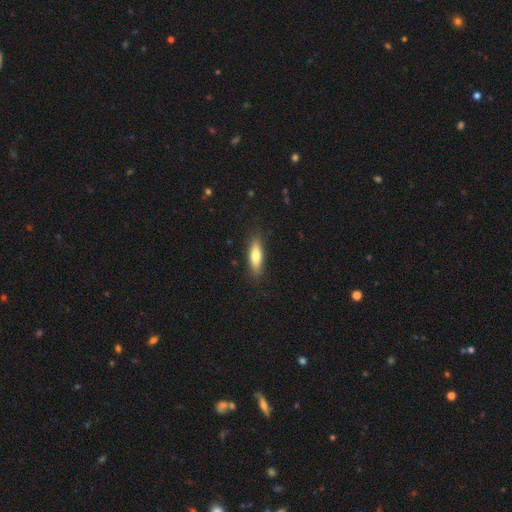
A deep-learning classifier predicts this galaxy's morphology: Smooth or featured: smooth — 73% (featured or disk — 21%)
How rounded: cigar-shaped — 57% (in between — 41%)
Merging: none — 85% (minor disturbance — 12%)